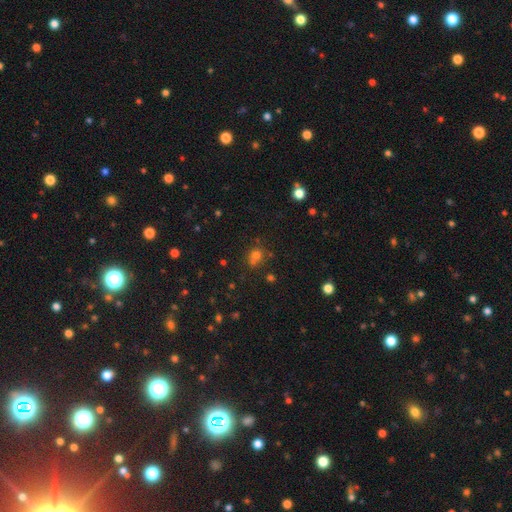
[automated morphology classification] Smooth or featured?
  - smooth: 69% *
  - star or artifact: 22%
  - featured or disk: 8%
How rounded?
  - round: 67% *
  - in between: 31%
  - cigar-shaped: 1%
Merging?
  - none: 57% *
  - minor disturbance: 19%
  - merger: 17%
  - major disturbance: 7%